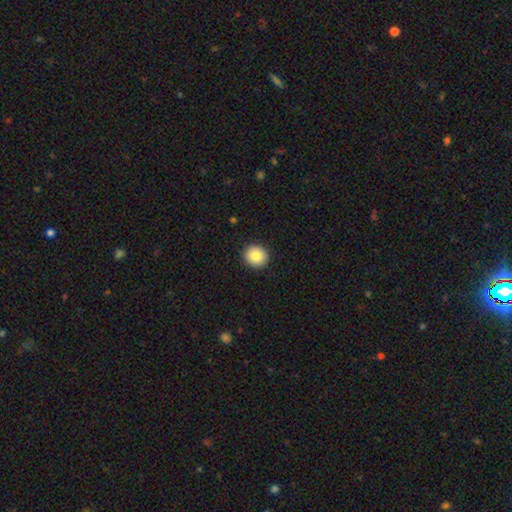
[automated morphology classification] type=smooth (85%); roundness=round (90%); merging=none (92%).